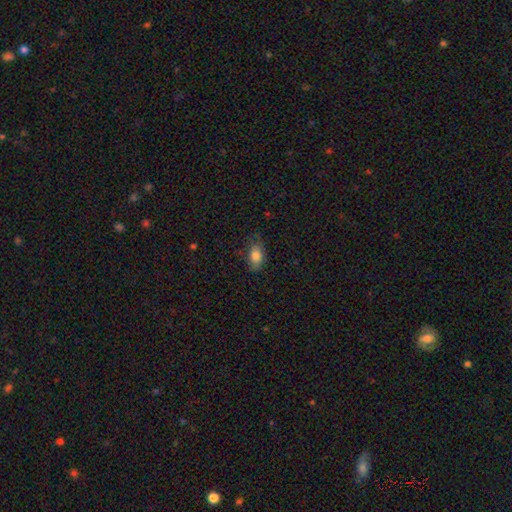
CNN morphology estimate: Smooth or featured? Predicted: smooth (p=0.81). How rounded? Predicted: in between (p=0.87). Merging? Predicted: none (p=0.73).